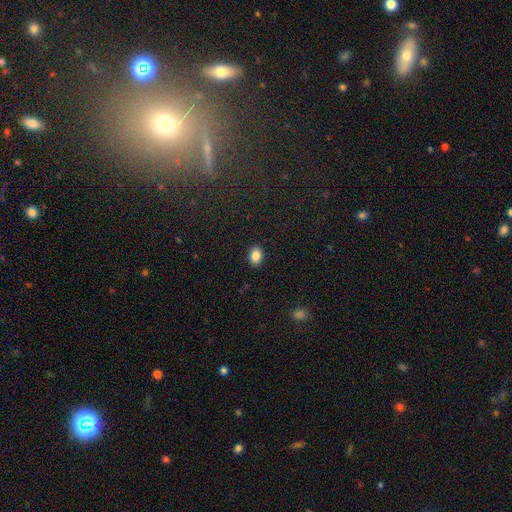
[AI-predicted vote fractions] smooth 87%, star or artifact 9%, featured or disk 4%. Down the decision tree: how rounded — in between (72%); merging — none (89%).